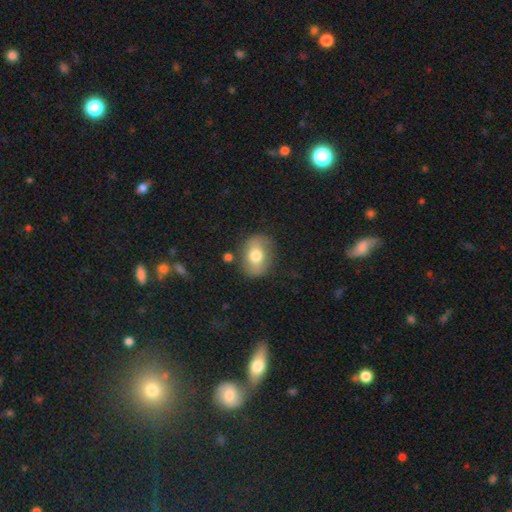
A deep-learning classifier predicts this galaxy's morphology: smooth 65%, featured or disk 27%, star or artifact 8%. Down the decision tree: how rounded — in between (61%); merging — none (78%).